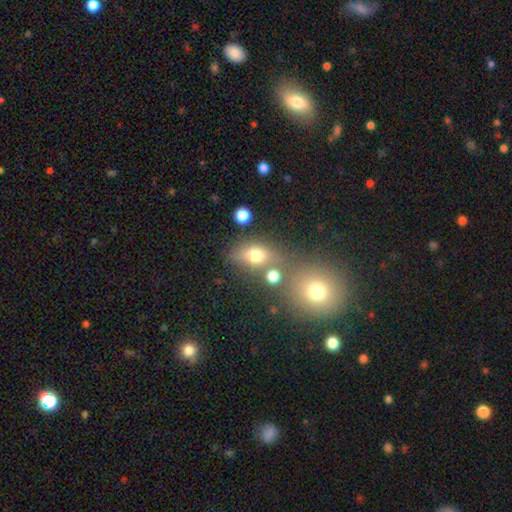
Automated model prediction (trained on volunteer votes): smooth-or-featured: smooth: 71% | star or artifact: 16% | featured or disk: 14%
  how-rounded: in between: 62% | round: 34% | cigar-shaped: 4%
  merging: none: 55% | merger: 23% | minor disturbance: 14% | major disturbance: 8%